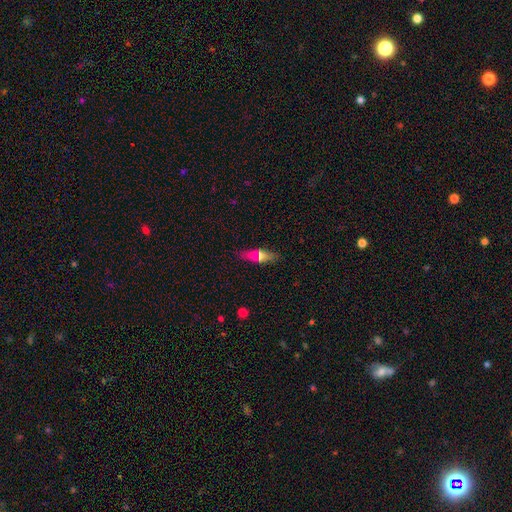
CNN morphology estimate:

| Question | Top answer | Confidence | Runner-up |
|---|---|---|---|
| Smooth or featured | smooth | 65% | featured or disk (26%) |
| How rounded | cigar-shaped | 55% | in between (42%) |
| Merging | none | 84% | minor disturbance (11%) |